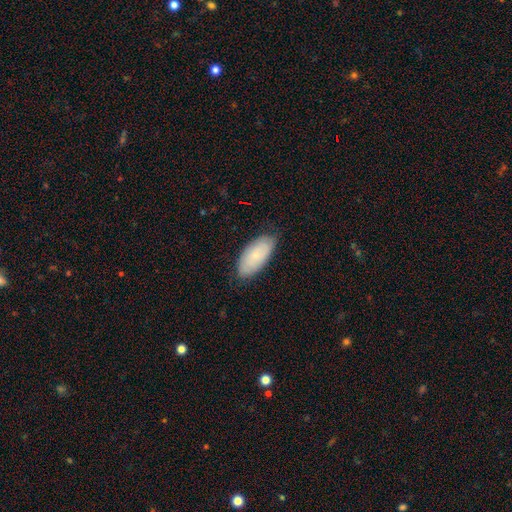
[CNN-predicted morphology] Smooth or featured? Predicted: smooth (p=0.73). How rounded? Predicted: in between (p=0.91). Merging? Predicted: none (p=0.78).